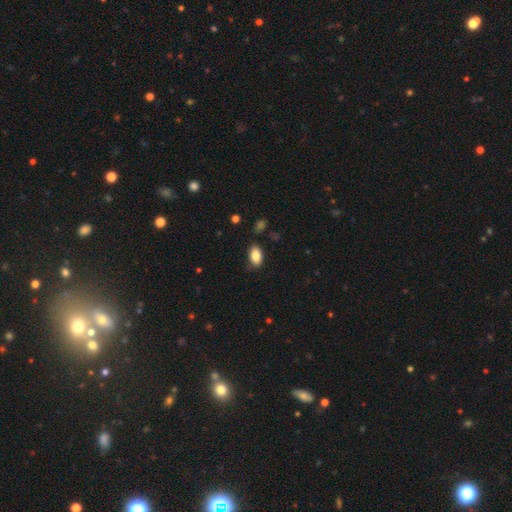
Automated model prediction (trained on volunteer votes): Smooth or featured?
  - smooth: 86% *
  - star or artifact: 8%
  - featured or disk: 6%
How rounded?
  - in between: 92% *
  - round: 5%
  - cigar-shaped: 3%
Merging?
  - none: 79% *
  - minor disturbance: 16%
  - major disturbance: 3%
  - merger: 2%